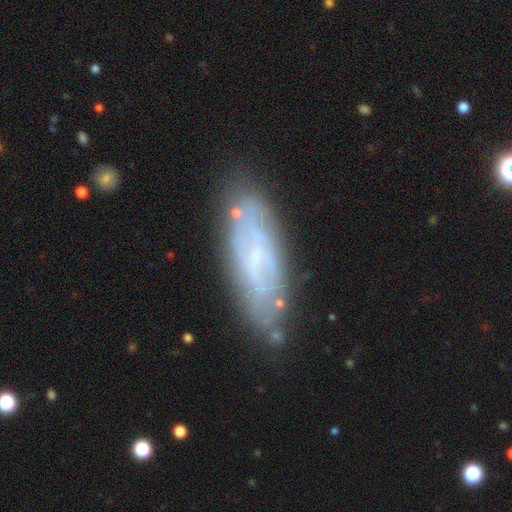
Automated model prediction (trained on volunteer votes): Smooth or featured?
  - featured or disk: 63% *
  - smooth: 29%
  - star or artifact: 8%
Edge-on disk?
  - no: 74% *
  - yes: 26%
Merging?
  - none: 75% *
  - minor disturbance: 17%
  - major disturbance: 5%
  - merger: 3%